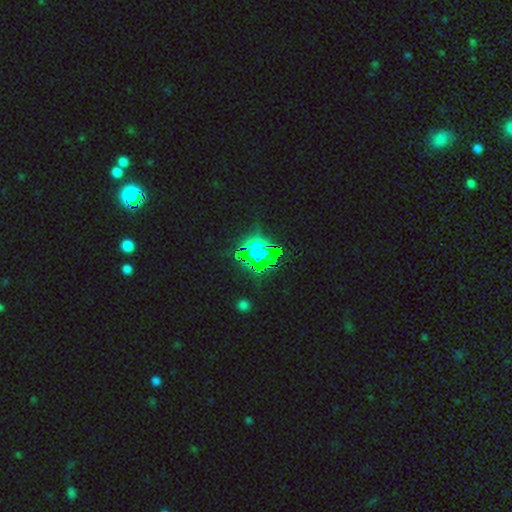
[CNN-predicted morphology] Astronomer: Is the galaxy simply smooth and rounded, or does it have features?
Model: star or artifact — 72%.